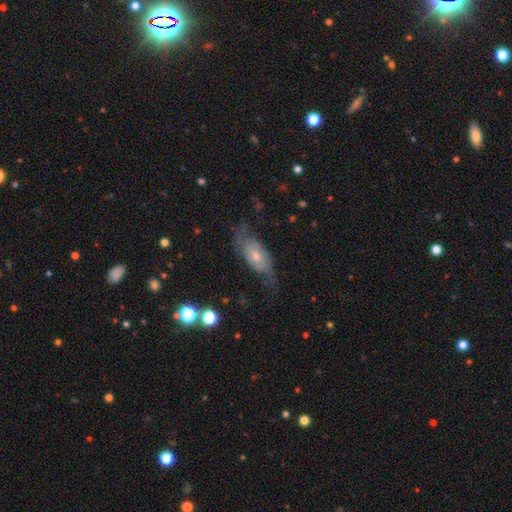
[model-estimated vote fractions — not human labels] Morphology: type=featured or disk (65%); edge-on=no (85%); bar=no (73%); spiral arms=yes (83%); bulge=small (47%); merging=none (60%).